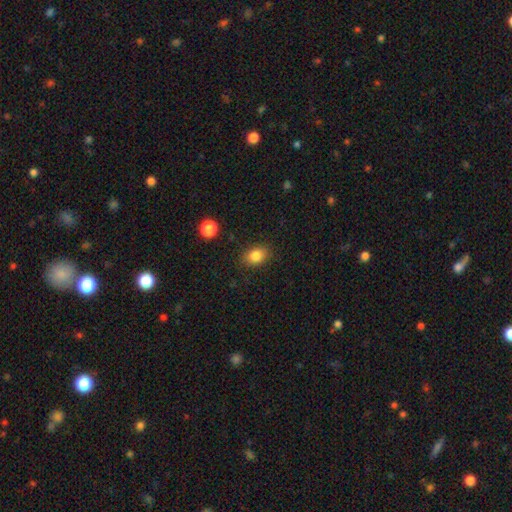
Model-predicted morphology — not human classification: This is clearly a smooth galaxy (84%). How rounded: likely in between (72%). Merging: clearly none (86%).